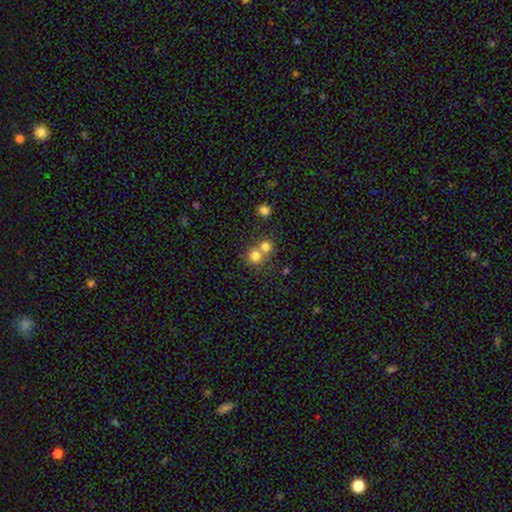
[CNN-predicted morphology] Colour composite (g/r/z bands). It shows a smooth galaxy with no disk features (77%) that is round (89%). Merging: merger (48%).